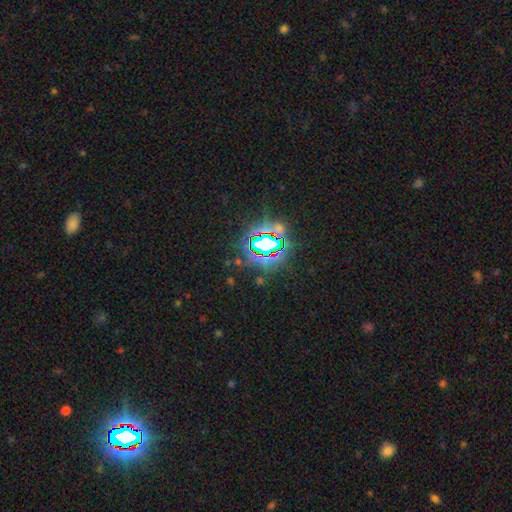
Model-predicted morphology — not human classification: Smooth or featured? star or artifact (75%)